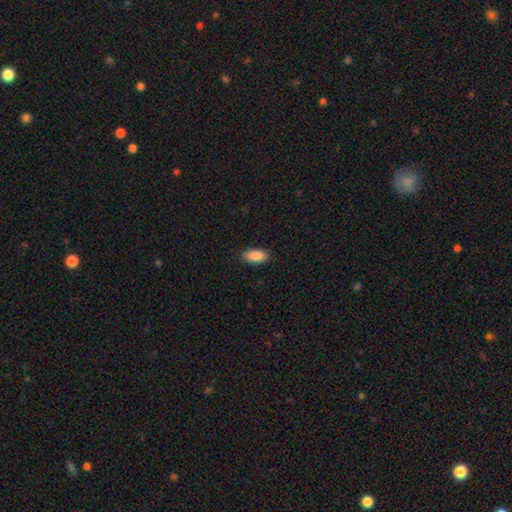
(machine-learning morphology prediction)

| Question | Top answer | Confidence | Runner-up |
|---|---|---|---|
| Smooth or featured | smooth | 91% | star or artifact (6%) |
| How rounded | in between | 90% | cigar-shaped (8%) |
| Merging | none | 89% | minor disturbance (8%) |